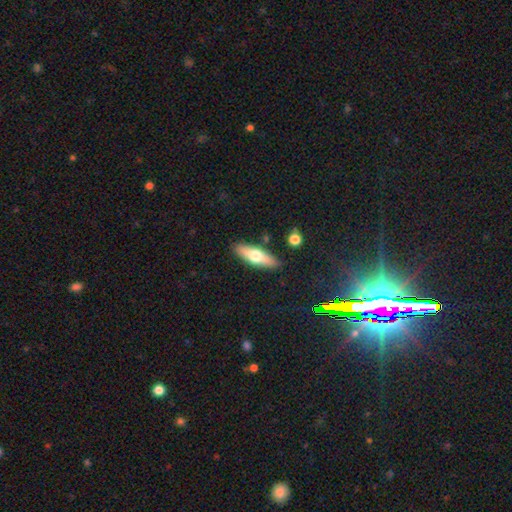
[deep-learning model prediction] This appears to be a smooth galaxy with no disk features (52%) that is cigar-shaped (49%). Merging: none (85%).